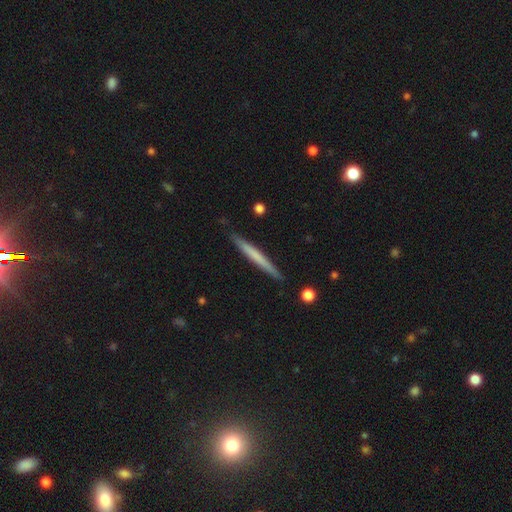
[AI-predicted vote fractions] Smooth or featured? Predicted: smooth (p=0.55). How rounded? Predicted: cigar-shaped (p=0.97). Merging? Predicted: none (p=0.90).